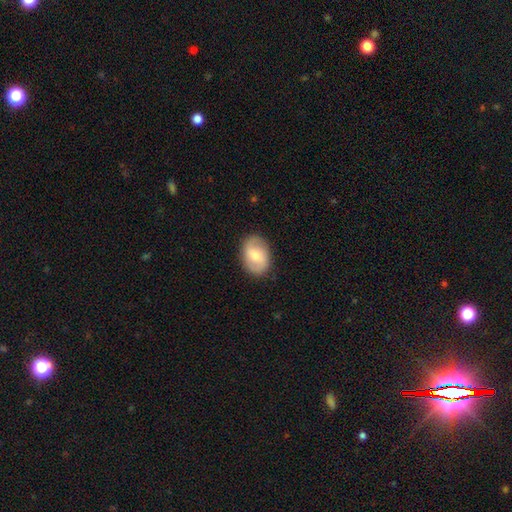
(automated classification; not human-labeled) A featured or disk galaxy (50%). Merging: none (85%).